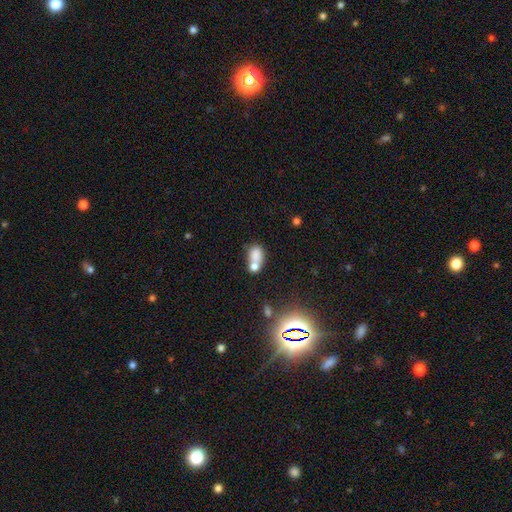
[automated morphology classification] A smooth galaxy with no disk features (75%) that is in between round and cigar-shaped (73%). Merging: merger (53%).